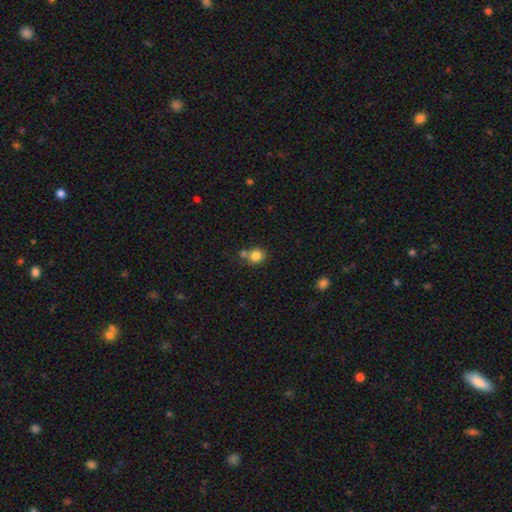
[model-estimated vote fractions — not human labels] Smooth or featured?
  - smooth: 83% *
  - star or artifact: 11%
  - featured or disk: 6%
How rounded?
  - round: 83% *
  - in between: 16%
  - cigar-shaped: 1%
Merging?
  - none: 58% *
  - merger: 29%
  - minor disturbance: 10%
  - major disturbance: 4%